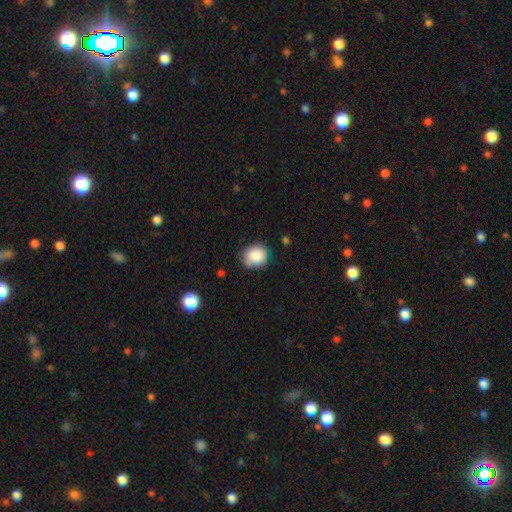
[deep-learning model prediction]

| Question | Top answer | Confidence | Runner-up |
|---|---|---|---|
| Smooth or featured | smooth | 88% | star or artifact (8%) |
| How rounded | round | 79% | in between (20%) |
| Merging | none | 81% | minor disturbance (14%) |